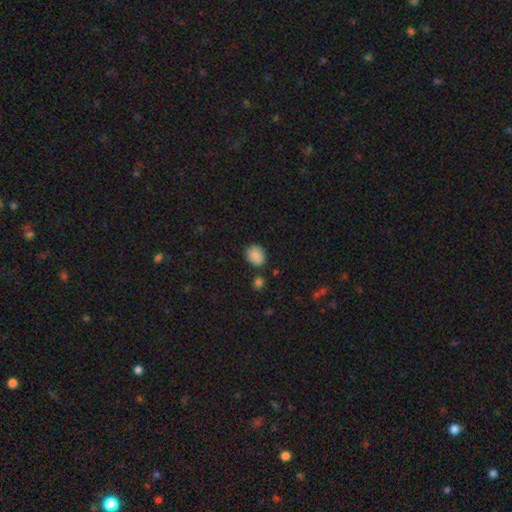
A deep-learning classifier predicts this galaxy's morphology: smooth-or-featured: smooth: 86% | star or artifact: 9% | featured or disk: 5%
  how-rounded: round: 51% | in between: 48% | cigar-shaped: 1%
  merging: none: 78% | minor disturbance: 14% | merger: 5% | major disturbance: 3%